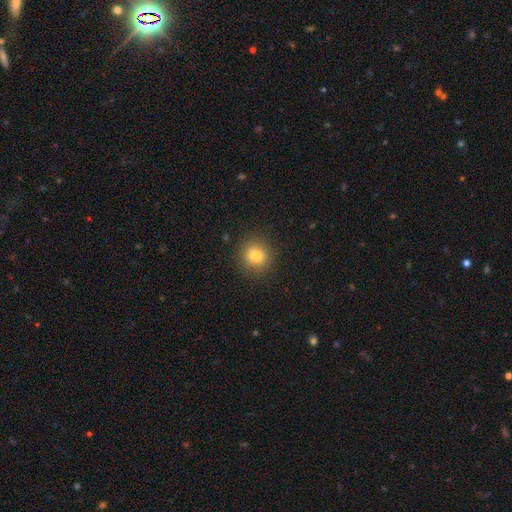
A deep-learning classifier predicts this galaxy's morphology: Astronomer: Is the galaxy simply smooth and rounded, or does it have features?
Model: smooth — 80%.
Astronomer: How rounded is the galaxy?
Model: round — 87%.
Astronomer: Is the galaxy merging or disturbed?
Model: none — 89%.